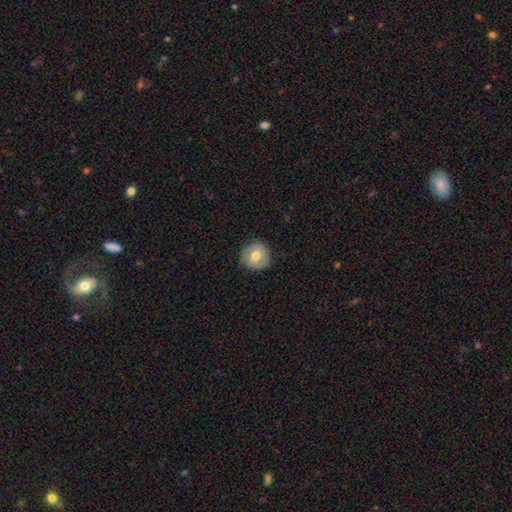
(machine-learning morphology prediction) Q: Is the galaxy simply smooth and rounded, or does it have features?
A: smooth — 60%.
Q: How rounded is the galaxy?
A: round — 90%.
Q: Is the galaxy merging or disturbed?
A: none — 85%.